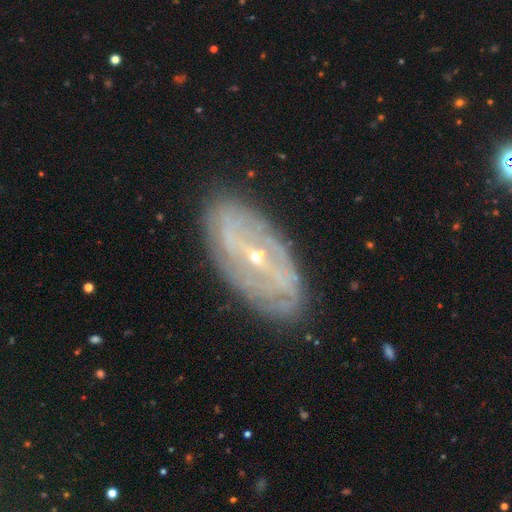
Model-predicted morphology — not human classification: This is clearly a featured or disk galaxy (82%). It is clearly not viewed edge-on (91%). Bar: marginally weak (41%). Spiral arm pattern: clearly yes (85%). Spiral arm count: marginally 2 (40%). Spiral winding: possibly tight (51%). Central bulge: likely small (66%). Merging: clearly none (82%).